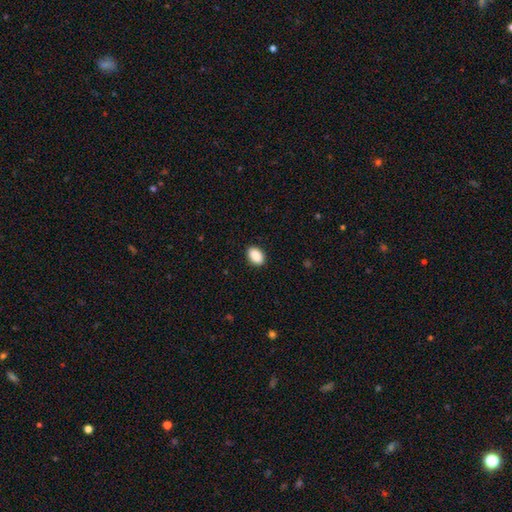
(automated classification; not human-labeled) smooth_or_featured: smooth (p=0.90) [alt: star or artifact p=0.07]
how_rounded: in between (p=0.87) [alt: round p=0.12]
merging: none (p=0.90) [alt: minor disturbance p=0.07]